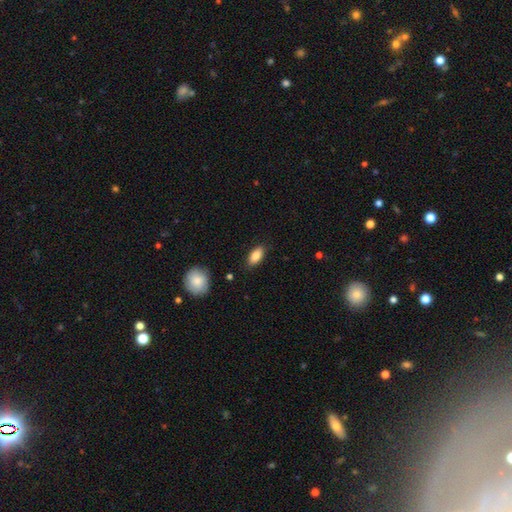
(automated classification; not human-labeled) This is clearly a smooth galaxy (86%). How rounded: clearly in between (90%). Merging: clearly none (84%).